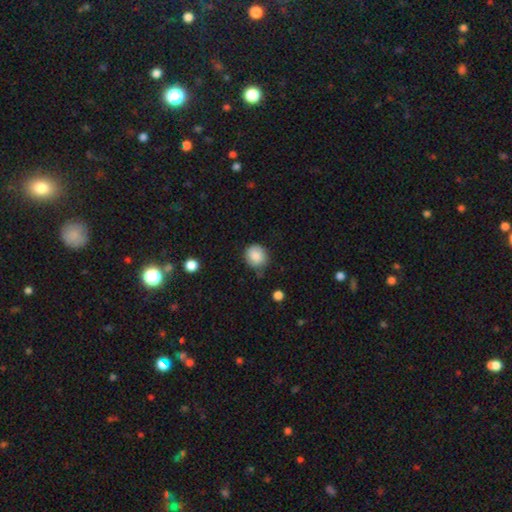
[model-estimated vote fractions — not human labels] The model was most divided on "merging": none: 73%, minor disturbance: 20%, major disturbance: 4%, merger: 3%. More confident: smooth or featured — smooth (86%); how rounded — round (82%).